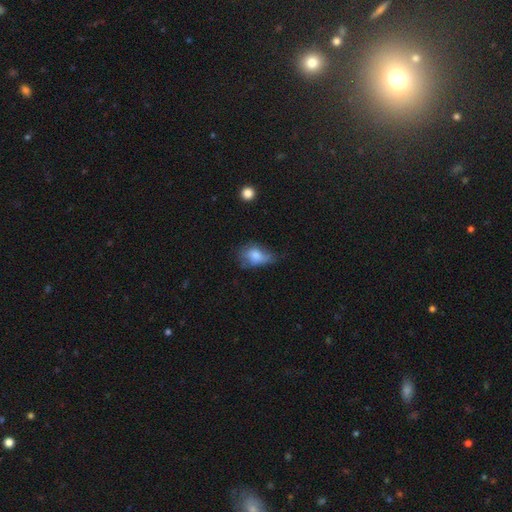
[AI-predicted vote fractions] Smooth or featured?
  - smooth: 72% *
  - featured or disk: 19%
  - star or artifact: 9%
How rounded?
  - in between: 78% *
  - round: 20%
  - cigar-shaped: 2%
Merging?
  - minor disturbance: 39% *
  - none: 34%
  - major disturbance: 24%
  - merger: 3%